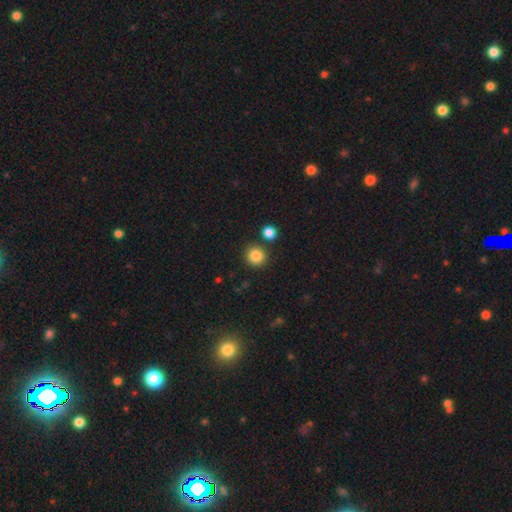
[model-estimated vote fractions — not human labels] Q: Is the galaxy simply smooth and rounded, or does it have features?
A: smooth — 86%.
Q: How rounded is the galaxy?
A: round — 91%.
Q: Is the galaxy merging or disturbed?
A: none — 85%.